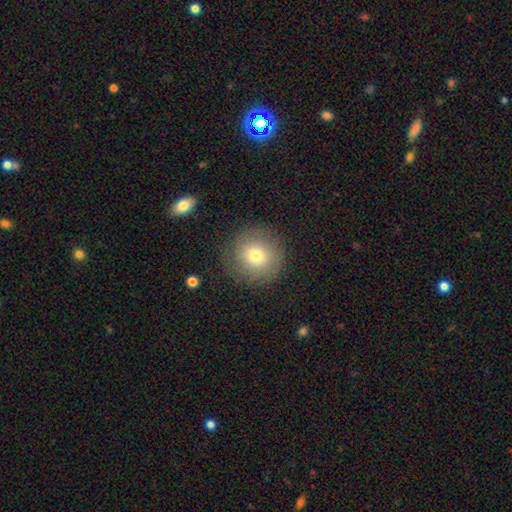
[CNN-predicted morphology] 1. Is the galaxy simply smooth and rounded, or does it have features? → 77% smooth, 12% featured or disk, 11% star or artifact.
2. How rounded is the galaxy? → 93% round, 6% in between, 1% cigar-shaped.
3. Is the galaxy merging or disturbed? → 87% none, 8% minor disturbance, 4% major disturbance, 1% merger.